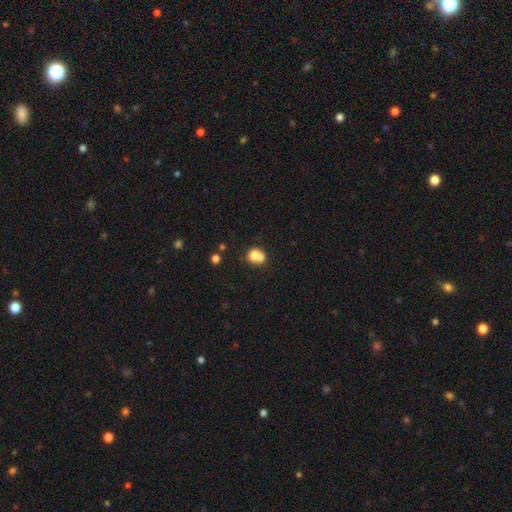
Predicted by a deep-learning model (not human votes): This appears to be a smooth galaxy with no disk features (74%) that is round (67%). Merging: merger (41%).